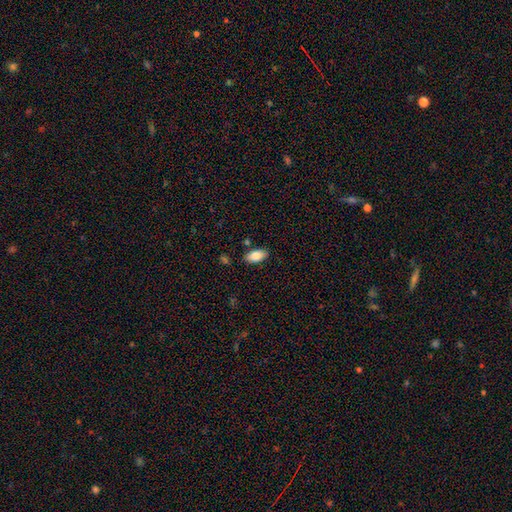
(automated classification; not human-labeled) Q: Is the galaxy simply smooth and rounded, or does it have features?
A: smooth — 83%.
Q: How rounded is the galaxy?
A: in between — 92%.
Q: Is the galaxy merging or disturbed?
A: none — 85%.